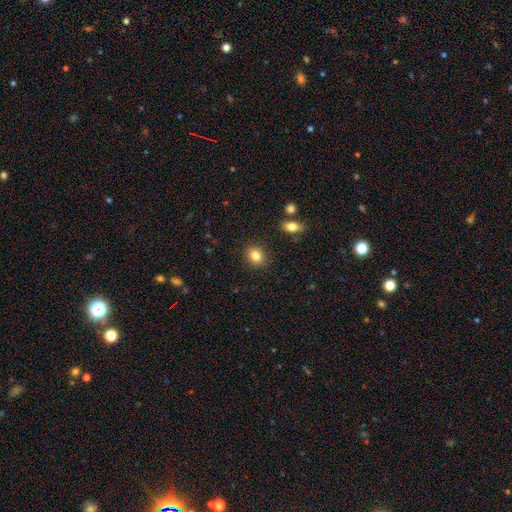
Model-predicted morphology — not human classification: Smooth or featured? smooth (84%)
How rounded? round (70%)
Merging? none (89%)